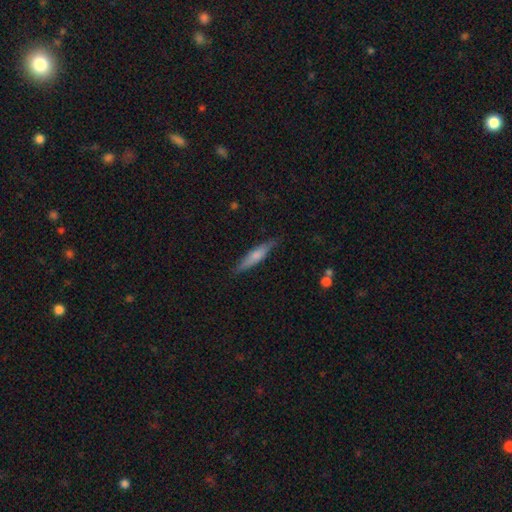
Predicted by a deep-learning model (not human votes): smooth 60%, featured or disk 34%, star or artifact 6%. Down the decision tree: how rounded — cigar-shaped (86%); merging — none (84%).